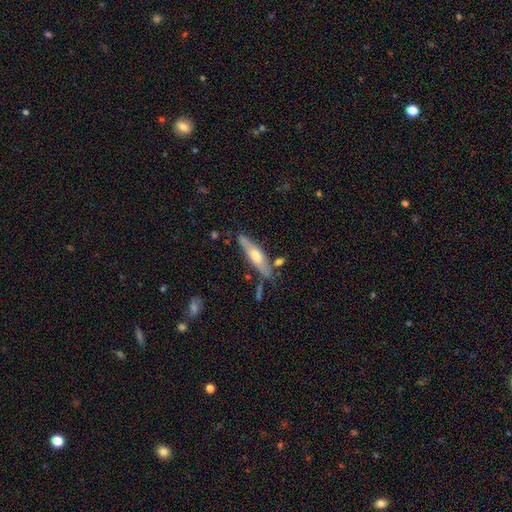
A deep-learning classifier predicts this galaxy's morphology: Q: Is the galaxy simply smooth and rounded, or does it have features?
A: featured or disk — 49%.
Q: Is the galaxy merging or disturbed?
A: none — 74%.